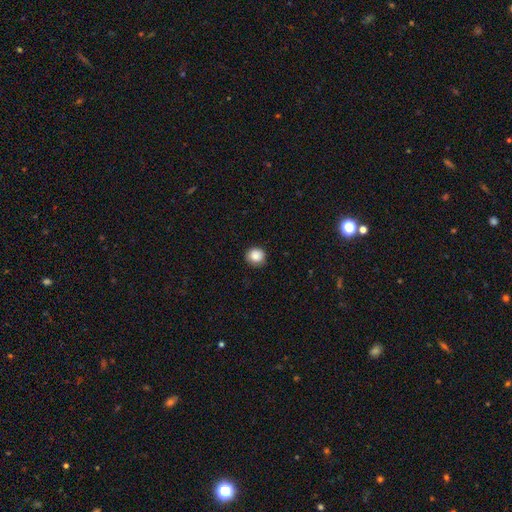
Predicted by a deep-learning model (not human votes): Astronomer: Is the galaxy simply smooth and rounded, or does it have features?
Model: smooth — 87%.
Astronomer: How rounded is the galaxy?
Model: round — 89%.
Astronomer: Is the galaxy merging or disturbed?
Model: none — 86%.